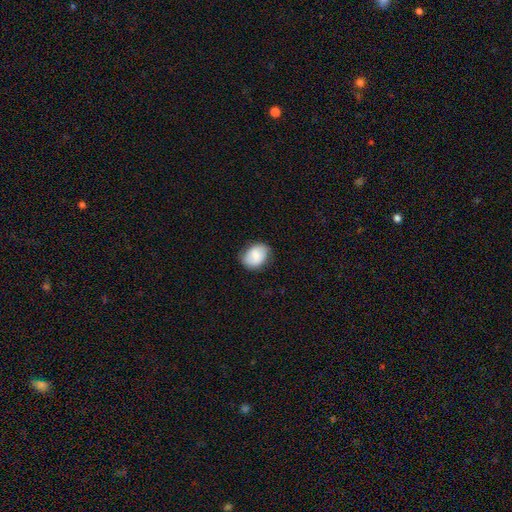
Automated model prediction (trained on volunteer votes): smooth-or-featured: smooth: 78% | featured or disk: 15% | star or artifact: 7%
  how-rounded: in between: 66% | round: 33% | cigar-shaped: 1%
  merging: none: 75% | minor disturbance: 20% | major disturbance: 4% | merger: 1%